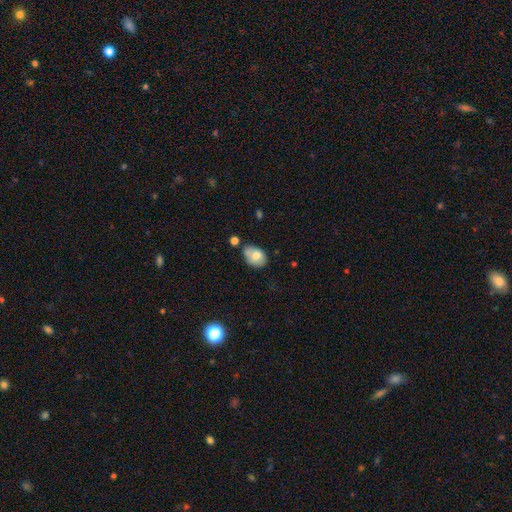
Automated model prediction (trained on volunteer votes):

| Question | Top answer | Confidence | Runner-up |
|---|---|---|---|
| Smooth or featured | smooth | 74% | featured or disk (18%) |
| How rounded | in between | 83% | round (16%) |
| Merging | none | 49% | minor disturbance (29%) |